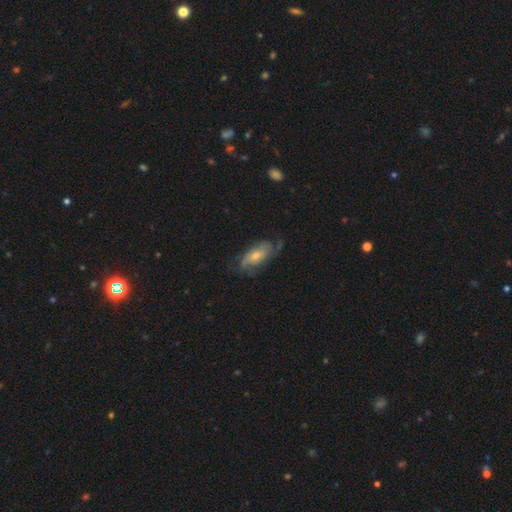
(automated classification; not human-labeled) Morphology: type=featured or disk (62%); edge-on=no (91%); bar=no (62%); spiral arms=yes (84%); bulge=moderate (52%); merging=none (55%).